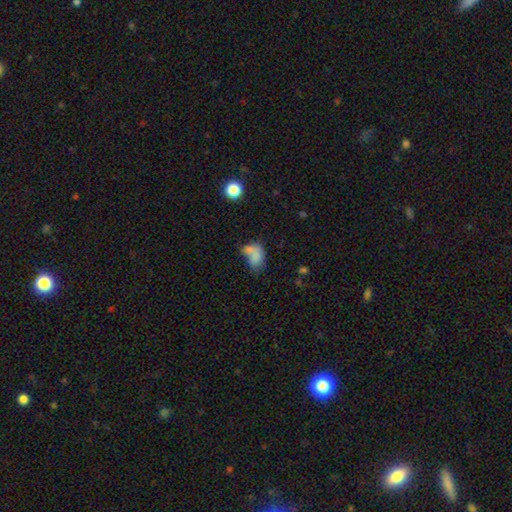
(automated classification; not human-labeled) This is likely a smooth galaxy (71%). How rounded: clearly in between (81%). Merging: marginally merger (38%).